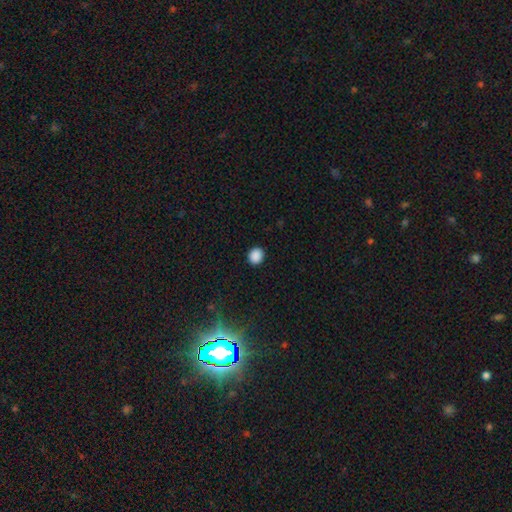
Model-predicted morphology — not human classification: A smooth galaxy with no disk features (87%) that is round (74%).

Vote fractions:
- Smooth or featured? smooth: 87% / star or artifact: 10% / featured or disk: 2%
- How rounded? round: 74% / in between: 25% / cigar-shaped: 1%
- Merging? none: 91% / minor disturbance: 6% / major disturbance: 2% / merger: 1%